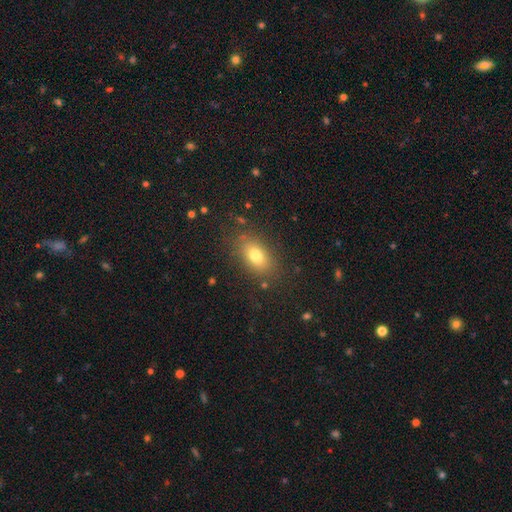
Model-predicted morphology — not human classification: Smooth or featured? Predicted: smooth (p=0.76). How rounded? Predicted: in between (p=0.83). Merging? Predicted: none (p=0.82).